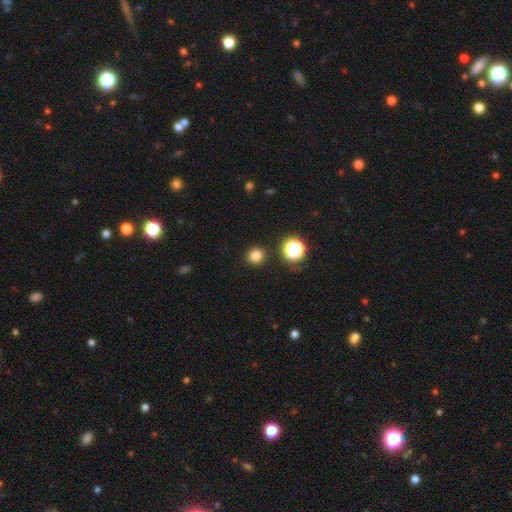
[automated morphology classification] The model was most divided on "smooth or featured": smooth: 80%, star or artifact: 16%, featured or disk: 4%. More confident: how rounded — round (94%); merging — none (91%).